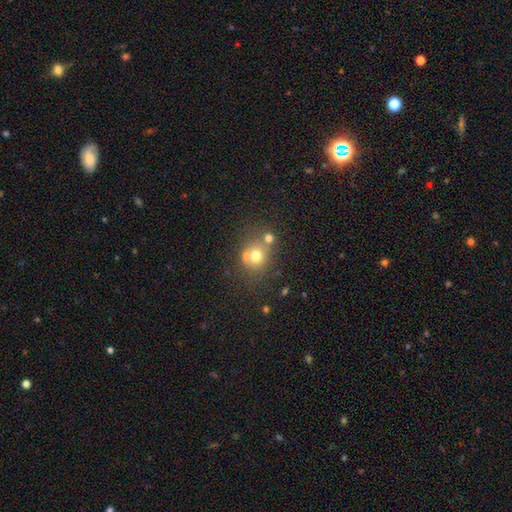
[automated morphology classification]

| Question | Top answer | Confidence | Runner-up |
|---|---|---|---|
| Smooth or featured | smooth | 69% | featured or disk (18%) |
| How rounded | round | 77% | in between (22%) |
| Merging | none | 50% | merger (31%) |